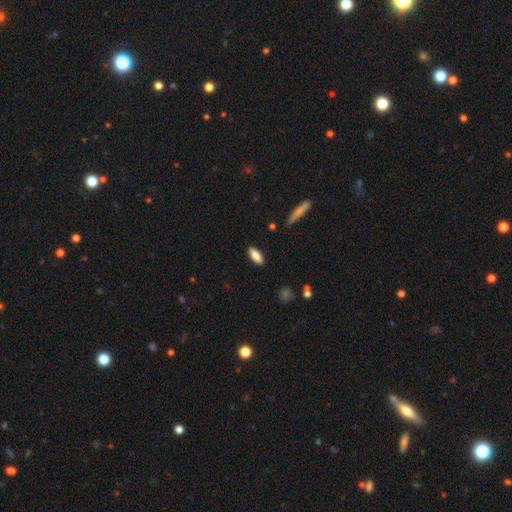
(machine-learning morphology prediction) This is clearly a smooth galaxy (86%). How rounded: likely in between (71%). Merging: clearly none (88%).